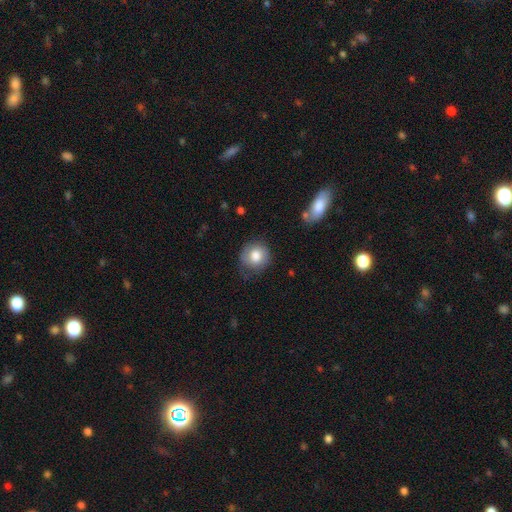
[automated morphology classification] Overall: smooth (78%). How rounded: round (81%). Merging: none (70%).